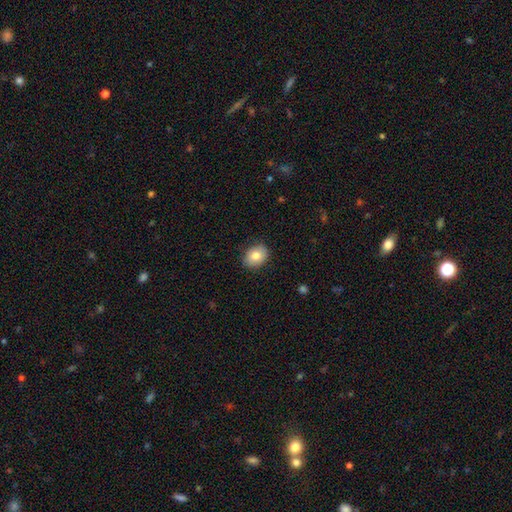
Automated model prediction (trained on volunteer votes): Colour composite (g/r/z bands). It shows a smooth galaxy with no disk features (81%) that is in between round and cigar-shaped (60%). Merging: none (86%).